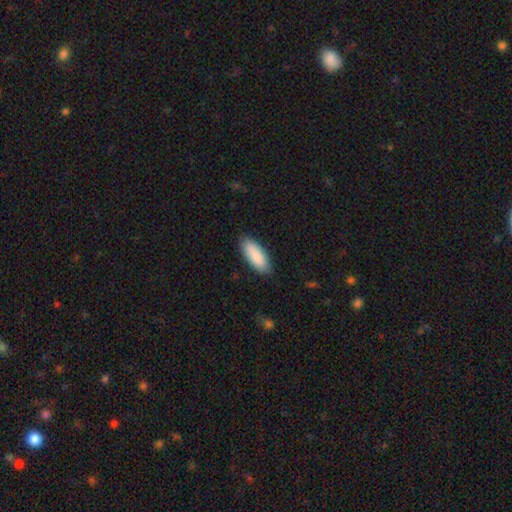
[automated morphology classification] Smooth or featured? smooth (89%)
How rounded? in between (79%)
Merging? none (85%)